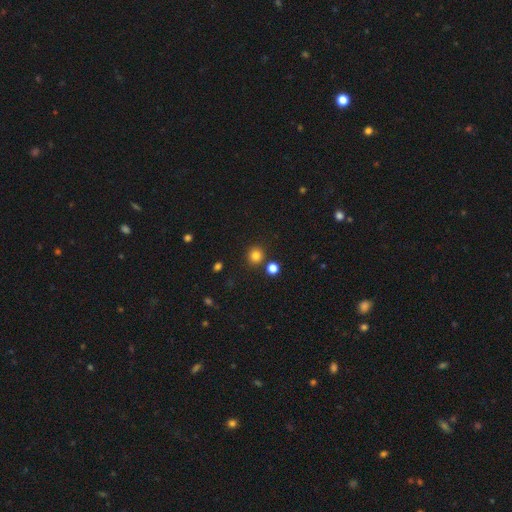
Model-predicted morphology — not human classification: Smooth or featured: smooth — 82% (star or artifact — 14%)
How rounded: round — 91% (in between — 8%)
Merging: none — 84% (minor disturbance — 7%)